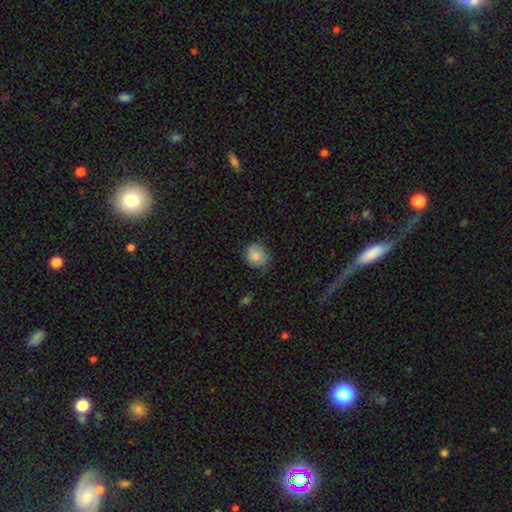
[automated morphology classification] Smooth or featured? smooth (83%)
How rounded? round (72%)
Merging? none (72%)